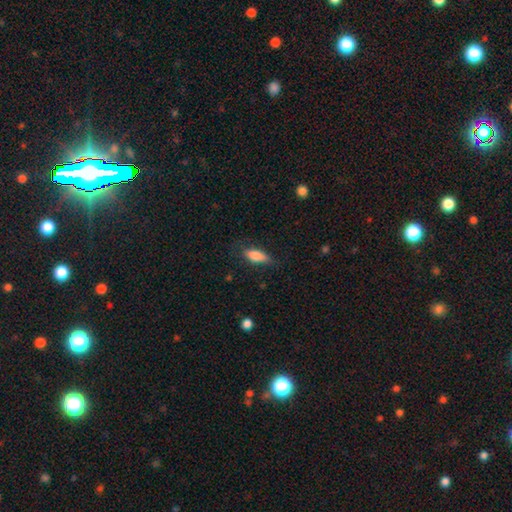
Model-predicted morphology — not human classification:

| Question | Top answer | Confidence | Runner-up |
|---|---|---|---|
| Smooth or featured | smooth | 80% | featured or disk (13%) |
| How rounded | in between | 70% | cigar-shaped (27%) |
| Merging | none | 72% | minor disturbance (21%) |